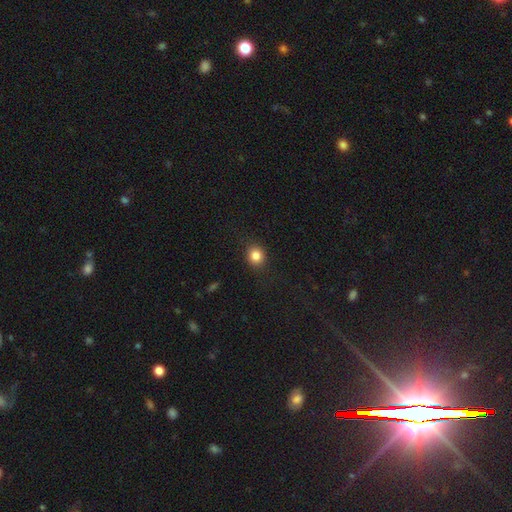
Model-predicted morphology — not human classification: Smooth or featured: smooth — 84% (star or artifact — 11%)
How rounded: round — 79% (in between — 20%)
Merging: none — 87% (minor disturbance — 9%)